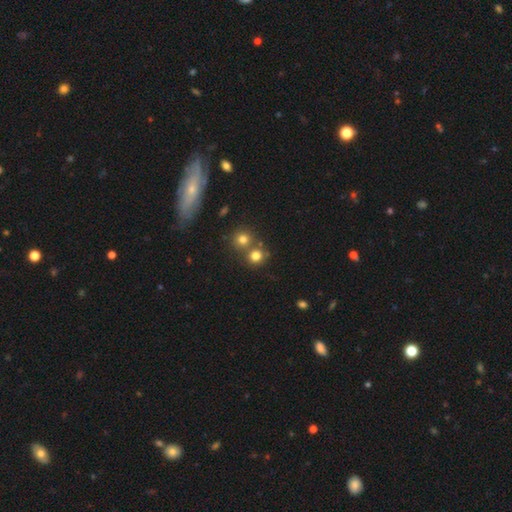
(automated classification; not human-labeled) Smooth or featured: smooth — 77% (star or artifact — 15%)
How rounded: round — 87% (in between — 12%)
Merging: none — 59% (merger — 31%)